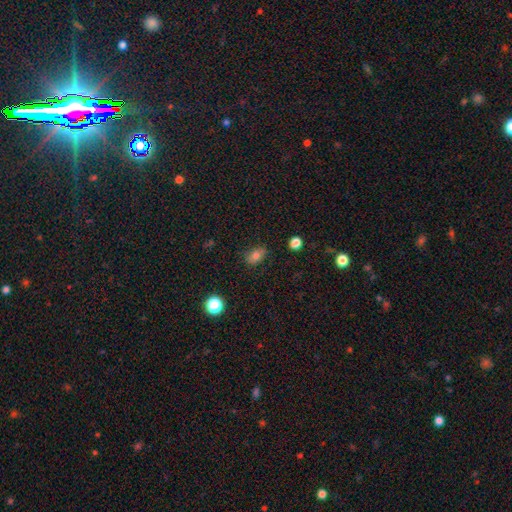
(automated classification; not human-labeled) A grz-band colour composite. It shows a smooth galaxy with no disk features (77%) that is in between round and cigar-shaped (78%). Merging: none (77%).